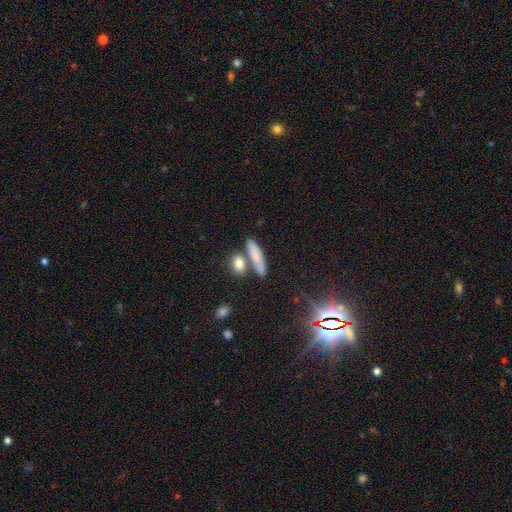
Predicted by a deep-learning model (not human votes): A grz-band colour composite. It shows a smooth galaxy with no disk features (75%) that is cigar-shaped (57%). Merging: none (64%).